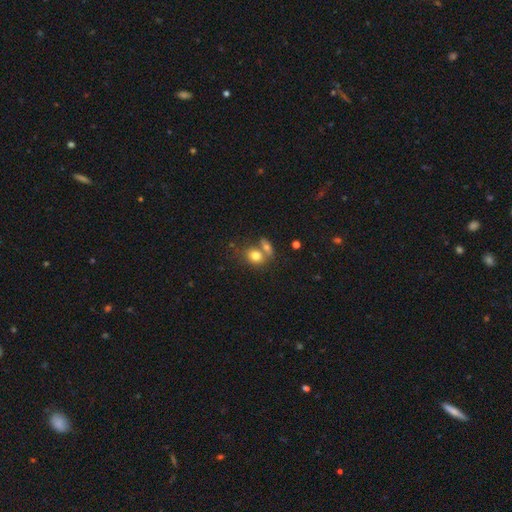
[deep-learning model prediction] Morphology: type=smooth (78%); roundness=in between (53%); merging=merger (46%).